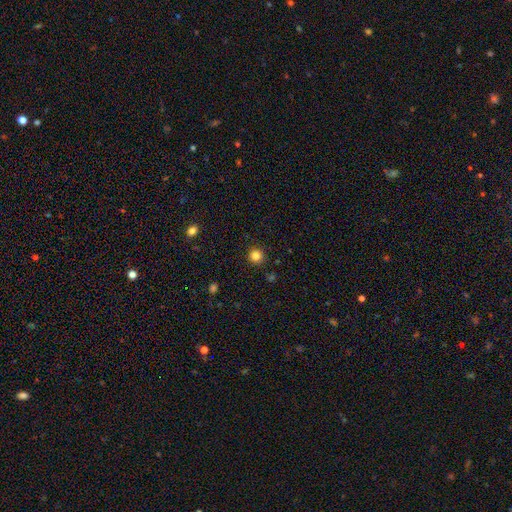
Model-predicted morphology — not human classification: The model was most divided on "smooth or featured": smooth: 83%, star or artifact: 13%, featured or disk: 5%. More confident: how rounded — round (94%); merging — none (92%).